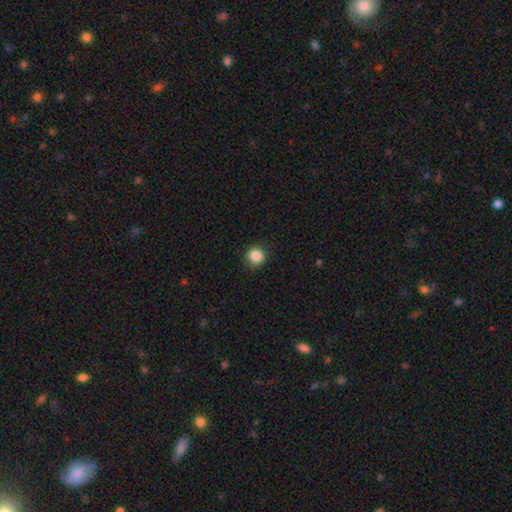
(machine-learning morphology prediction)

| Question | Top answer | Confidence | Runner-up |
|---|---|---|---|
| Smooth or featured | smooth | 86% | star or artifact (10%) |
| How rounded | round | 89% | in between (10%) |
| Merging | none | 89% | minor disturbance (8%) |